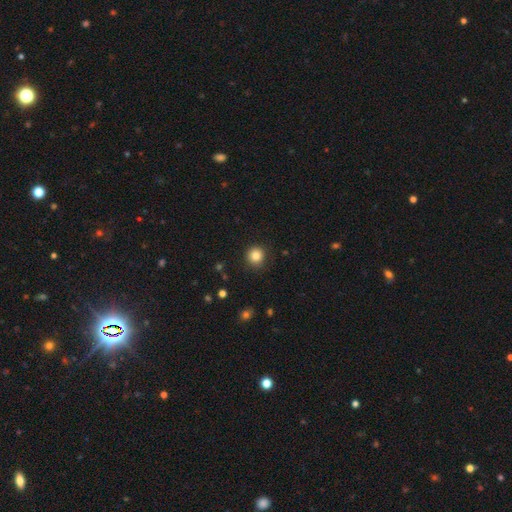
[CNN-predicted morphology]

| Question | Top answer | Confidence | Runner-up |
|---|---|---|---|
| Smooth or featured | smooth | 84% | star or artifact (11%) |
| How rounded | round | 93% | in between (6%) |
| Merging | none | 89% | minor disturbance (7%) |